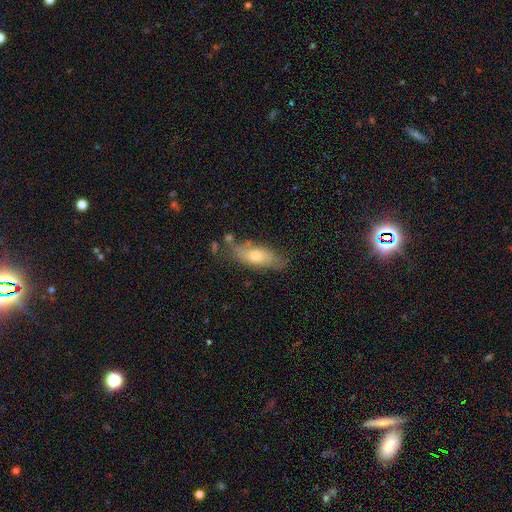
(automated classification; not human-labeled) Smooth or featured? Predicted: smooth (p=0.60). How rounded? Predicted: in between (p=0.67). Merging? Predicted: none (p=0.69).